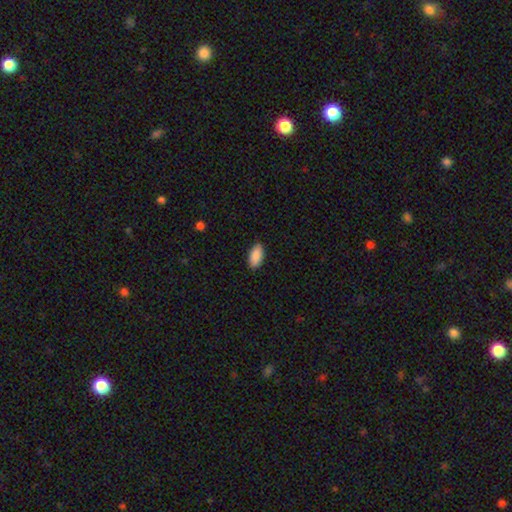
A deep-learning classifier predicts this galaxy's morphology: A smooth galaxy with no disk features (91%) that is in between round and cigar-shaped (94%). Merging: none (89%).